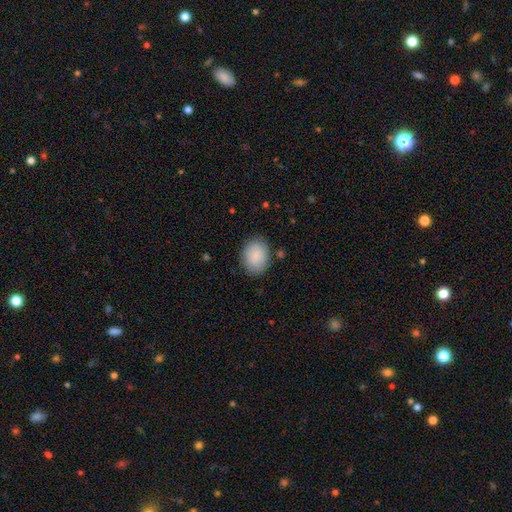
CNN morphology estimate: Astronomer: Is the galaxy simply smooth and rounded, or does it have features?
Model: smooth — 89%.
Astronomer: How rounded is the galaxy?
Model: in between — 64%.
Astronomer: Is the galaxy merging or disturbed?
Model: none — 82%.